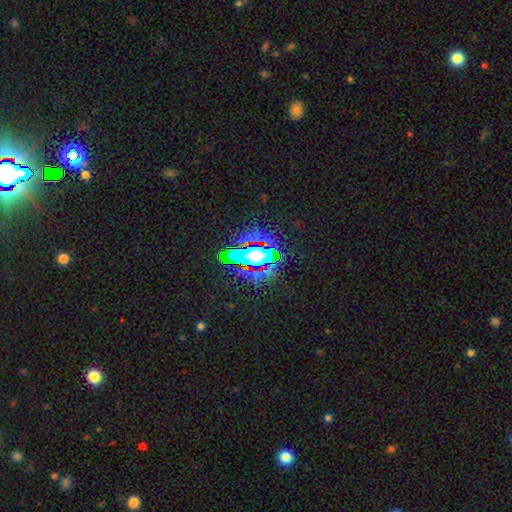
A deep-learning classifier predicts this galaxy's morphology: smooth_or_featured: star or artifact (p=0.59) [alt: smooth p=0.27]